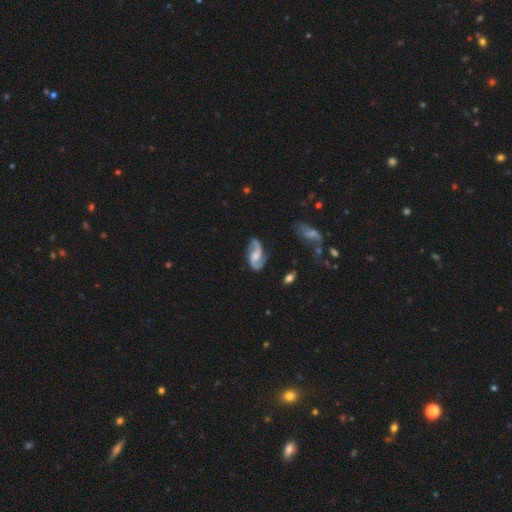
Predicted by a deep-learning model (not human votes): Overall: featured or disk (83%). Edge-on disk: no (97%). Bar: no (47%; weak 43%). Spiral arms: yes (96%). Spiral arm count: 2 (91%). Spiral winding: loose (53%; medium 37%). Bulge size: moderate (40%; small 29%). Merging: none (74%).